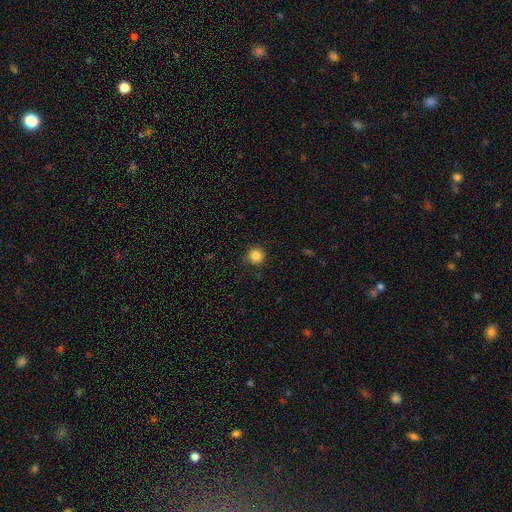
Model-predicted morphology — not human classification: Smooth or featured? Predicted: smooth (p=0.85). How rounded? Predicted: round (p=0.95). Merging? Predicted: none (p=0.90).